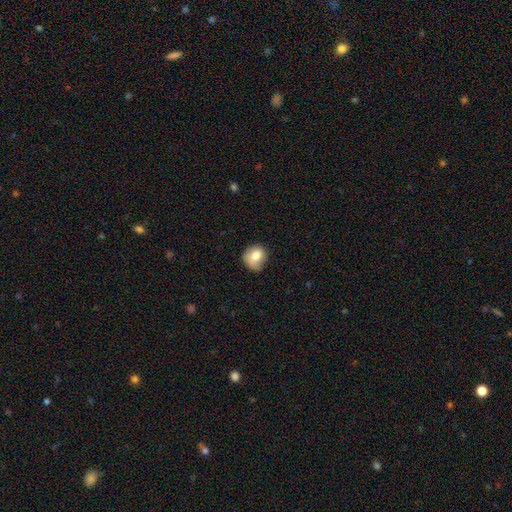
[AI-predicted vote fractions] The model was most divided on "merging": none: 54%, minor disturbance: 33%, major disturbance: 11%, merger: 2%. More confident: smooth or featured — smooth (77%); how rounded — round (74%).